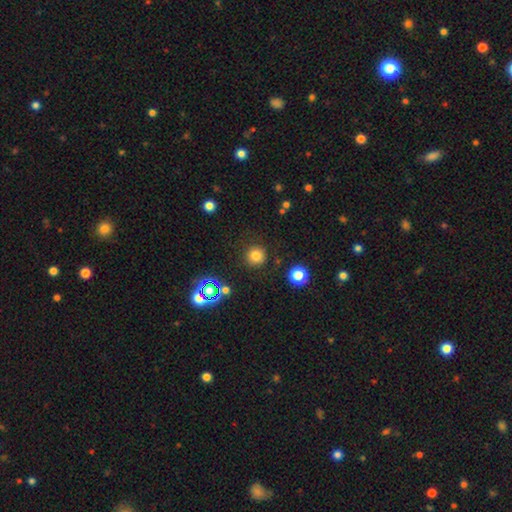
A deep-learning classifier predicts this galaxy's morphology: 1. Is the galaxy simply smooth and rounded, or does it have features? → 78% smooth, 17% star or artifact, 6% featured or disk.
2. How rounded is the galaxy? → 95% round, 4% in between, 1% cigar-shaped.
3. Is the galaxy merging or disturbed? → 88% none, 7% minor disturbance, 3% major disturbance, 2% merger.